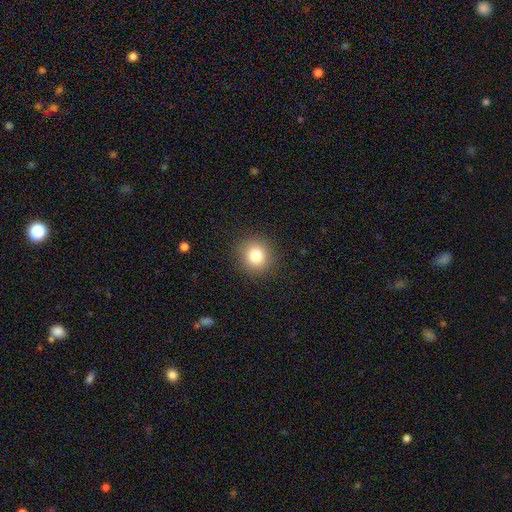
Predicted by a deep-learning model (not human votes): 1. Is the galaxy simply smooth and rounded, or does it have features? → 81% smooth, 12% star or artifact, 7% featured or disk.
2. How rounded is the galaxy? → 89% round, 10% in between, 1% cigar-shaped.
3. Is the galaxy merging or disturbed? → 90% none, 6% minor disturbance, 2% major disturbance, 1% merger.